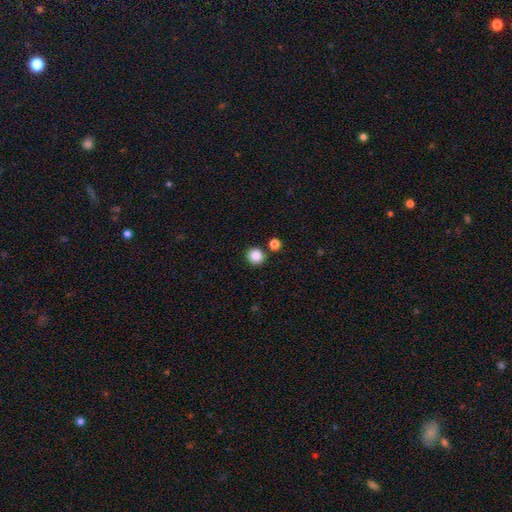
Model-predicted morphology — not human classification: A smooth galaxy with no disk features (86%) that is round (92%). Merging: none (85%).